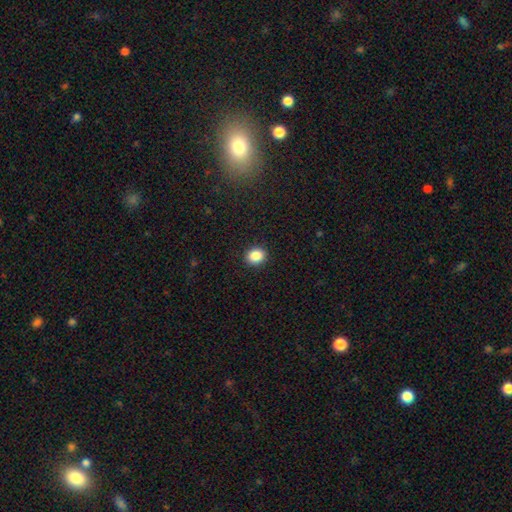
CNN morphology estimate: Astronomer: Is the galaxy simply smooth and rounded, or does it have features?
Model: smooth — 87%.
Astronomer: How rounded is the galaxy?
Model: round — 70%.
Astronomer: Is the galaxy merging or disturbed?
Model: none — 91%.